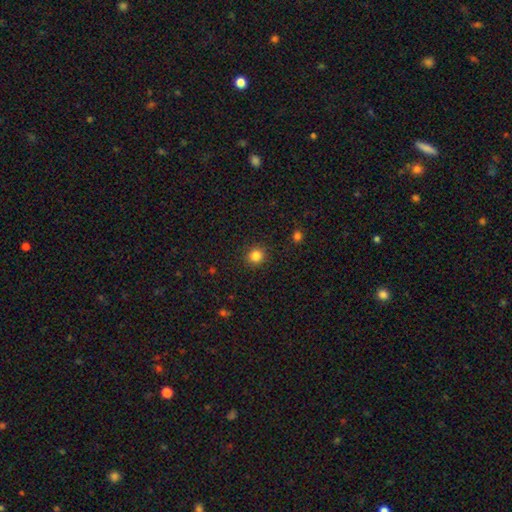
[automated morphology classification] Smooth or featured?
  - smooth: 84% *
  - star or artifact: 12%
  - featured or disk: 4%
How rounded?
  - round: 90% *
  - in between: 9%
  - cigar-shaped: 1%
Merging?
  - none: 91% *
  - minor disturbance: 6%
  - major disturbance: 2%
  - merger: 1%